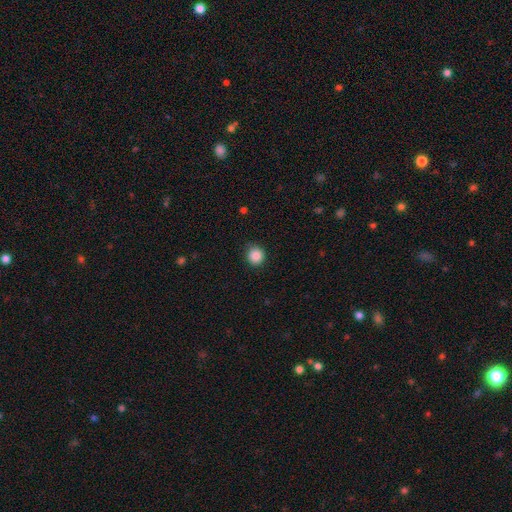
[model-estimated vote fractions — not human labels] Q: Smooth or featured?
A: smooth (87%); runner-up: star or artifact (10%)
Q: How rounded?
A: round (88%); runner-up: in between (11%)
Q: Merging?
A: none (83%); runner-up: minor disturbance (14%)